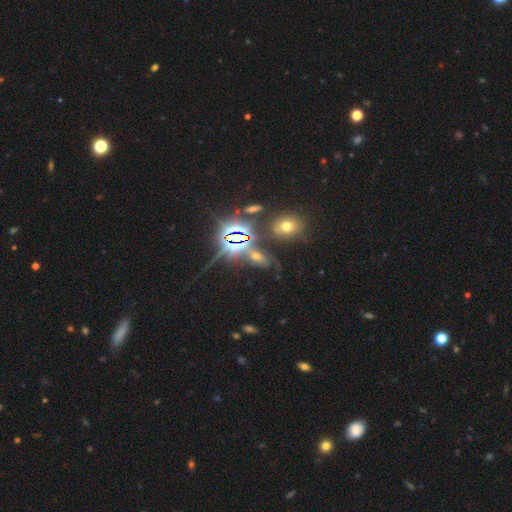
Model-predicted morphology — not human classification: Q: Smooth or featured?
A: star or artifact (64%); runner-up: featured or disk (18%)